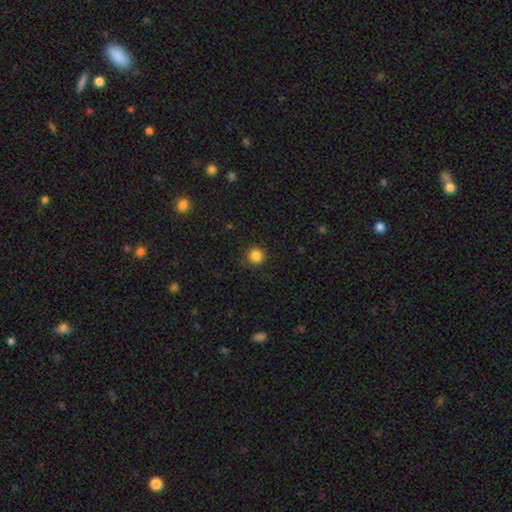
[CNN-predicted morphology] Q: Smooth or featured?
A: smooth (85%); runner-up: star or artifact (12%)
Q: How rounded?
A: round (95%); runner-up: in between (4%)
Q: Merging?
A: none (89%); runner-up: minor disturbance (8%)